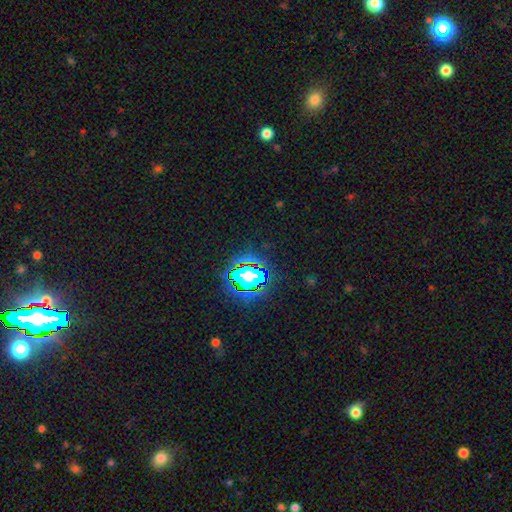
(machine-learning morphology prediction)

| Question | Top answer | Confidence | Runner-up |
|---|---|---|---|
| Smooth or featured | star or artifact | 79% | smooth (13%) |